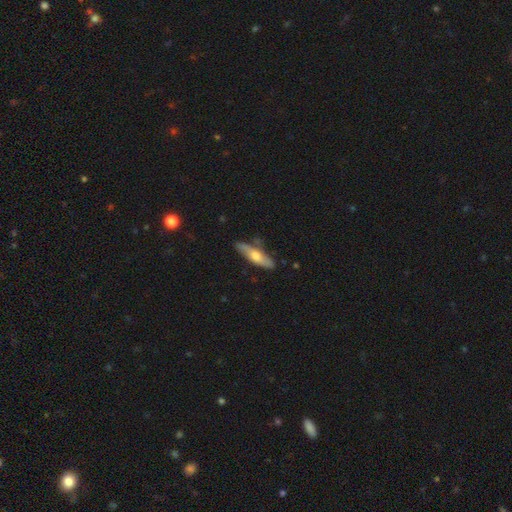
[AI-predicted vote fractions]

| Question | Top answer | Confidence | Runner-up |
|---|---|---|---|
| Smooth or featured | smooth | 54% | featured or disk (41%) |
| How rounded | cigar-shaped | 67% | in between (31%) |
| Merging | none | 78% | minor disturbance (16%) |